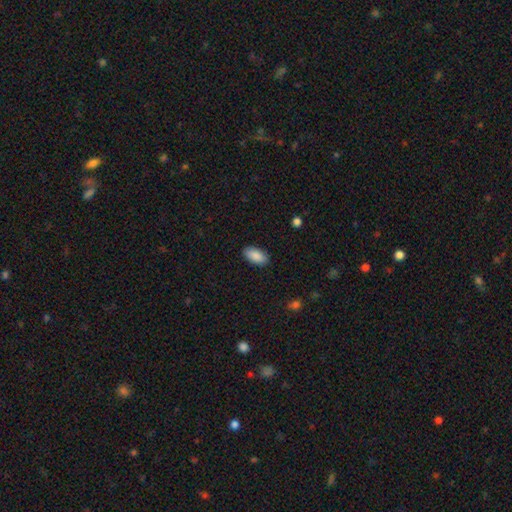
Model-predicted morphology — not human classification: type=smooth (89%); roundness=in between (93%); merging=none (89%).